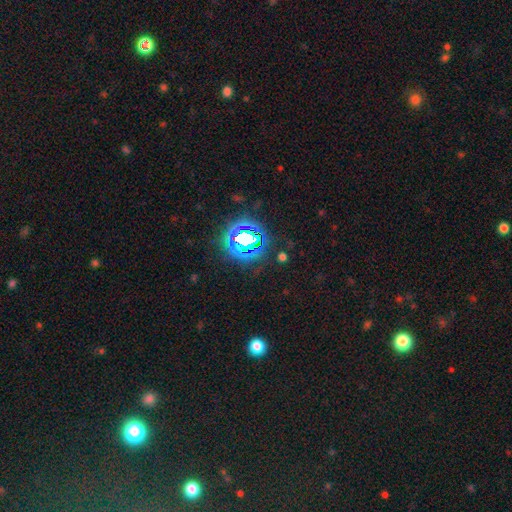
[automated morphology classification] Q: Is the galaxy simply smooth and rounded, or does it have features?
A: star or artifact — 77%.